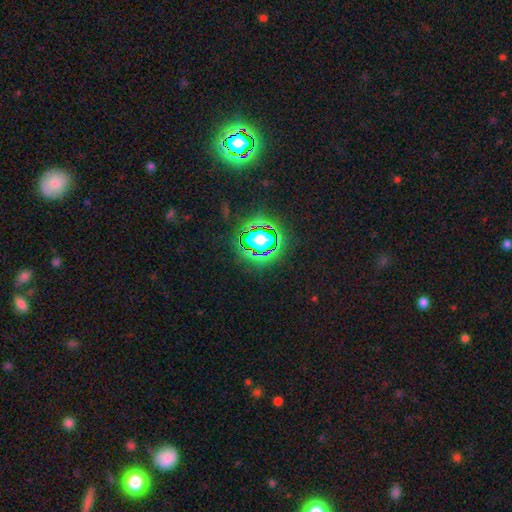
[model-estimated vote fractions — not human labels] Morphology: type=star or artifact (80%).